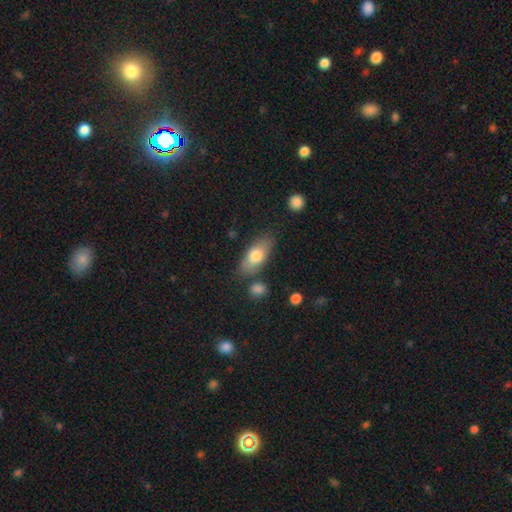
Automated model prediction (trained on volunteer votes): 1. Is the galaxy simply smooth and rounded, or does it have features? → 74% smooth, 20% featured or disk, 6% star or artifact.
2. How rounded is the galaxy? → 82% in between, 13% cigar-shaped, 5% round.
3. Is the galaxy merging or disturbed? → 74% none, 16% minor disturbance, 6% merger, 4% major disturbance.